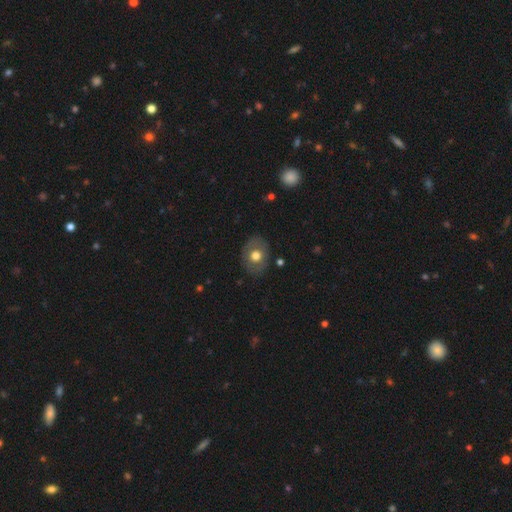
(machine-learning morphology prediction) Overall: smooth (62%; featured or disk 30%). How rounded: in between (50%; round 49%). Merging: none (84%).